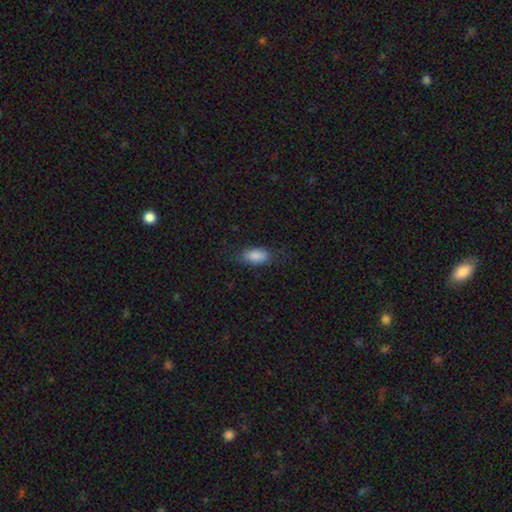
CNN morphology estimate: type=smooth (86%); roundness=in between (90%); merging=none (74%).